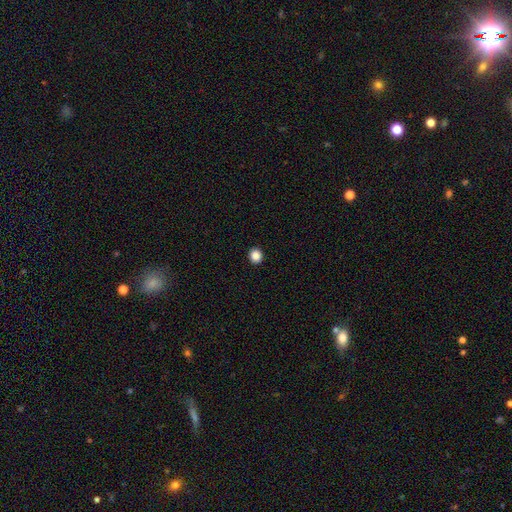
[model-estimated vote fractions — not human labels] Smooth or featured: smooth — 86% (star or artifact — 11%)
How rounded: round — 88% (in between — 11%)
Merging: none — 93% (minor disturbance — 4%)